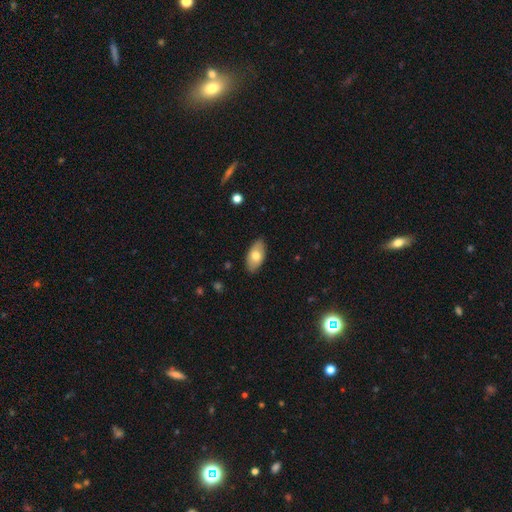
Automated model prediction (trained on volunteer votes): smooth-or-featured: smooth: 69% | featured or disk: 25% | star or artifact: 6%
  how-rounded: in between: 93% | cigar-shaped: 3% | round: 3%
  merging: none: 86% | minor disturbance: 11% | major disturbance: 2% | merger: 1%